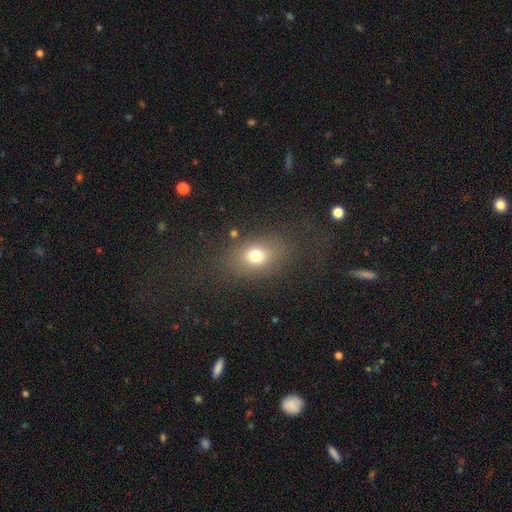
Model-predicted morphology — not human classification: smooth-or-featured: smooth: 72% | star or artifact: 15% | featured or disk: 13%
  how-rounded: in between: 62% | round: 35% | cigar-shaped: 2%
  merging: none: 75% | minor disturbance: 13% | major disturbance: 10% | merger: 2%